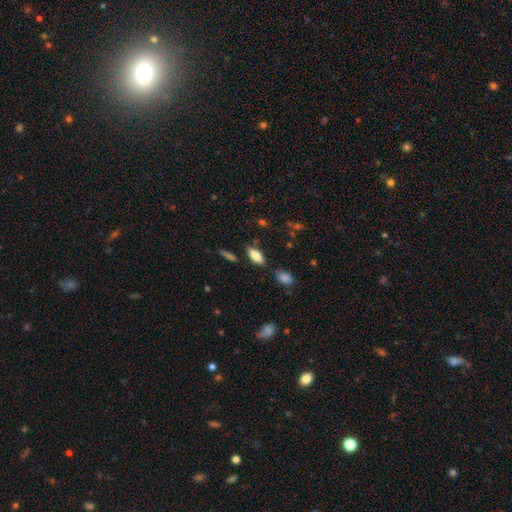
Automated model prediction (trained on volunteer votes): A smooth galaxy with no disk features (71%) that is in between round and cigar-shaped (74%). Merging: none (80%).